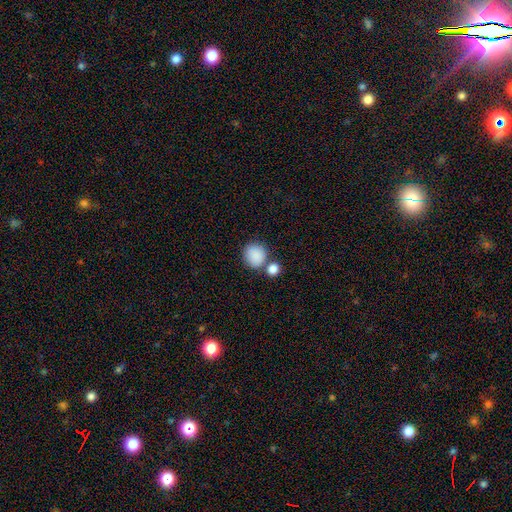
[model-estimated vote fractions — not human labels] A smooth galaxy with no disk features (87%) that is round (85%). Merging: none (65%).